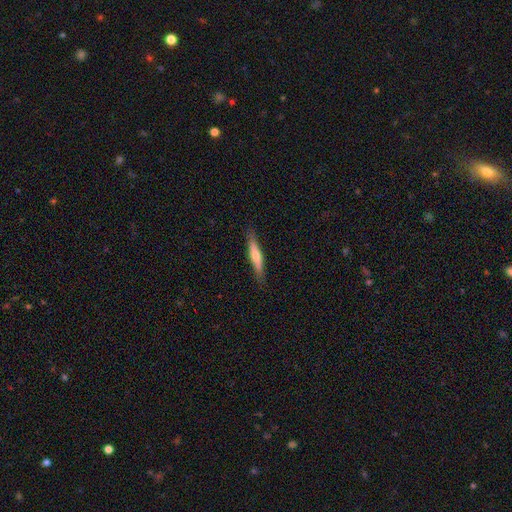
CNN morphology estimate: type=smooth (52%); roundness=cigar-shaped (89%); merging=none (86%).